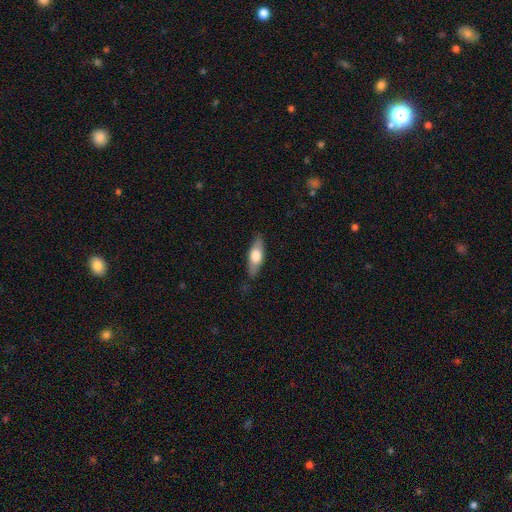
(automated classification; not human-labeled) Smooth or featured: smooth — 59% (featured or disk — 35%)
How rounded: in between — 63% (cigar-shaped — 35%)
Merging: none — 81% (minor disturbance — 15%)